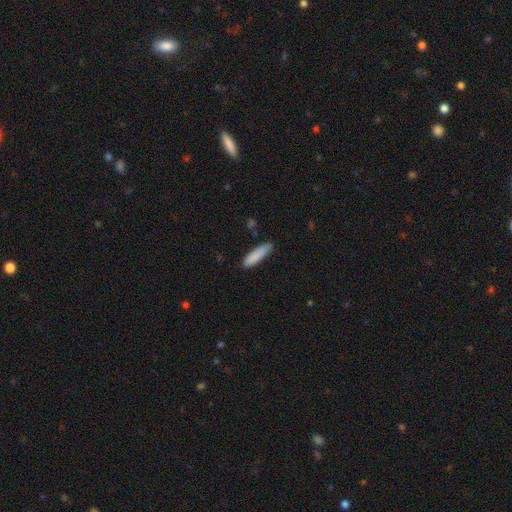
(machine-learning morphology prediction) Smooth or featured? smooth (87%)
How rounded? cigar-shaped (76%)
Merging? none (82%)